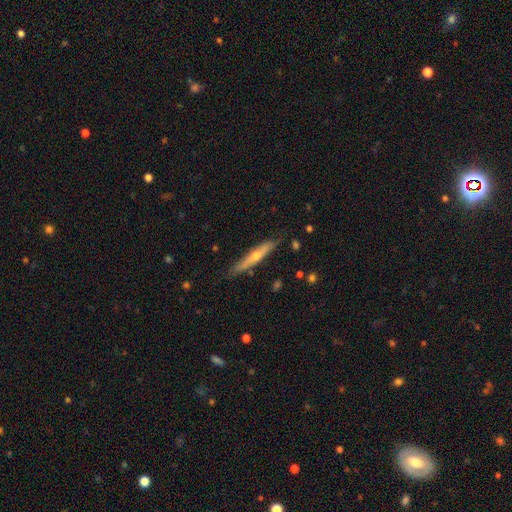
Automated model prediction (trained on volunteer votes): A featured or disk galaxy (58%) viewed edge-on (92%) with a rounded central bulge (80%).

Vote fractions:
- Smooth or featured? featured or disk: 58% / smooth: 36% / star or artifact: 6%
- Edge-on disk? yes: 92% / no: 8%
- Edge-on bulge? rounded: 80% / none: 18% / boxy: 3%
- Merging? none: 82% / minor disturbance: 14% / major disturbance: 2% / merger: 2%